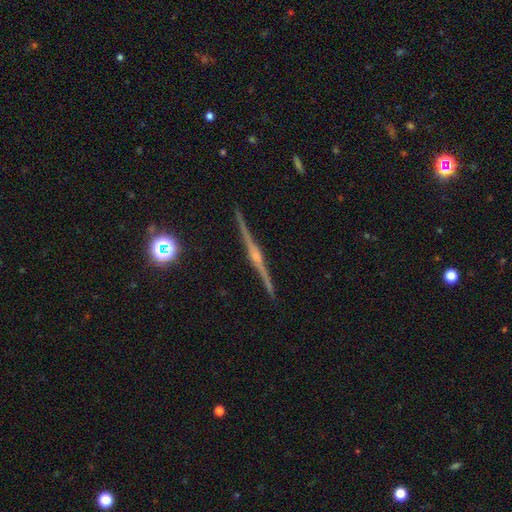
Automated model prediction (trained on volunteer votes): Q: Smooth or featured?
A: featured or disk (88%); runner-up: star or artifact (6%)
Q: Edge-on disk?
A: yes (99%); runner-up: no (1%)
Q: Edge-on bulge?
A: rounded (85%); runner-up: boxy (8%)
Q: Merging?
A: none (92%); runner-up: minor disturbance (6%)